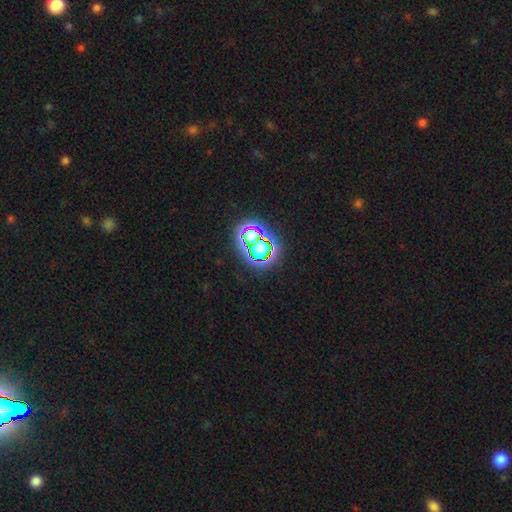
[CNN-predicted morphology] Q: Smooth or featured?
A: star or artifact (74%); runner-up: smooth (17%)